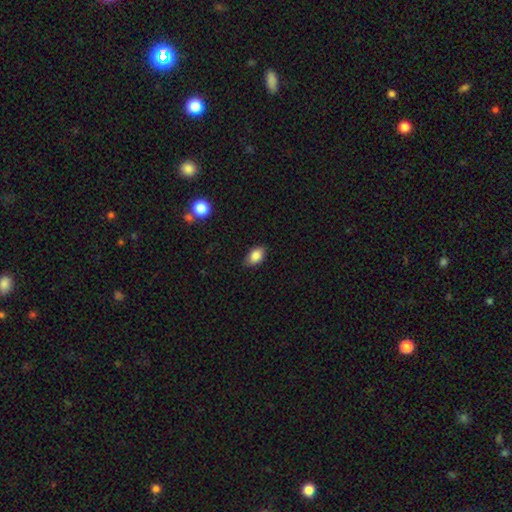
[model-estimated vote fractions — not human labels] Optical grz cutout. It shows a smooth galaxy with no disk features (85%) that is in between round and cigar-shaped (87%). Merging: none (81%).